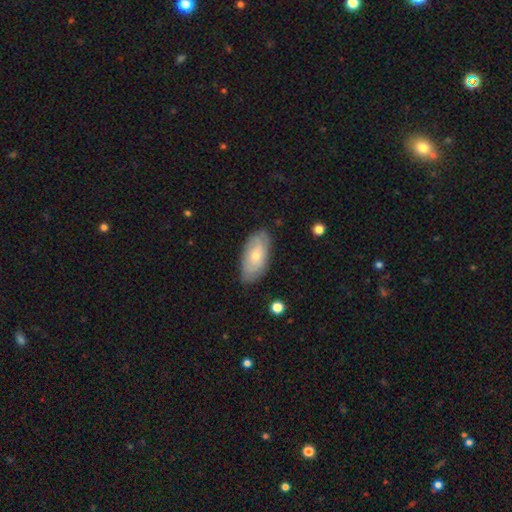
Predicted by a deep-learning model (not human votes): This appears to be a smooth galaxy with no disk features (56%) that is in between round and cigar-shaped (91%). Merging: none (81%).